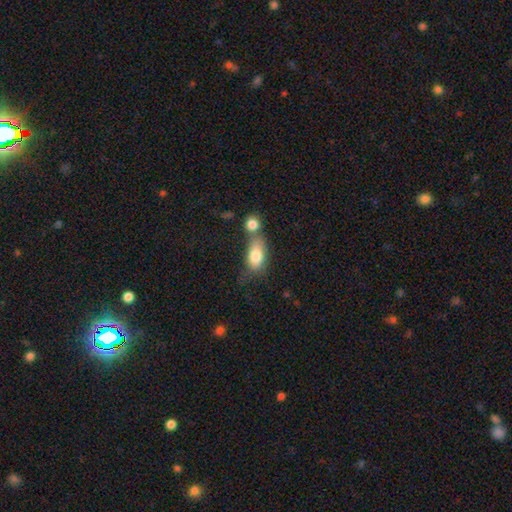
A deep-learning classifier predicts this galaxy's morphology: A smooth galaxy with no disk features (80%) that is in between round and cigar-shaped (85%). Merging: merger (45%).